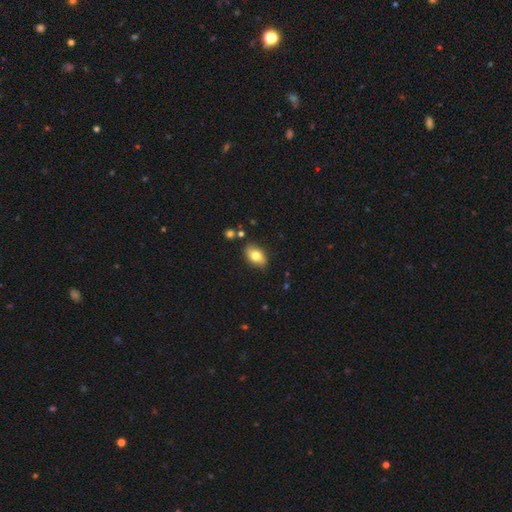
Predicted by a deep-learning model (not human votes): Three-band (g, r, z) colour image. It shows a smooth galaxy with no disk features (77%) that is in between round and cigar-shaped (88%). Merging: none (79%).